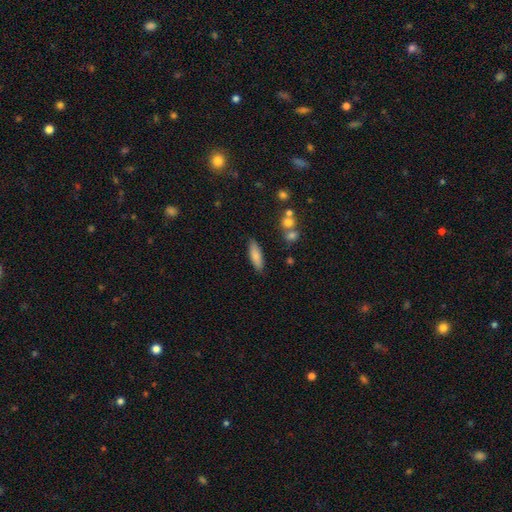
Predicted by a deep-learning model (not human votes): The model was most divided on "how rounded": cigar-shaped: 50%, in between: 49%, round: 2%. More confident: merging — none (84%); smooth or featured — smooth (82%).